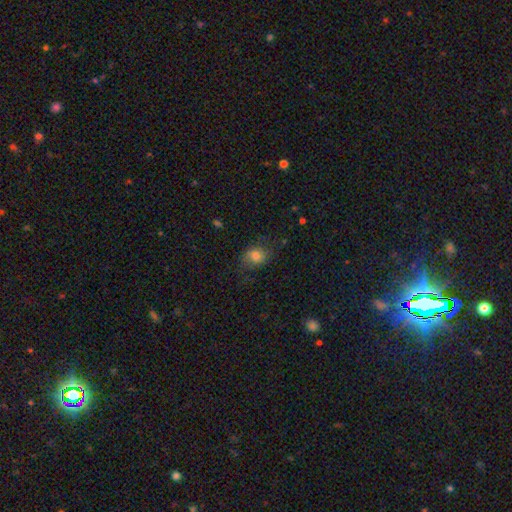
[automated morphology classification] smooth-or-featured: smooth: 73% | featured or disk: 17% | star or artifact: 11%
  how-rounded: in between: 58% | round: 41% | cigar-shaped: 1%
  merging: none: 65% | minor disturbance: 23% | major disturbance: 11% | merger: 1%